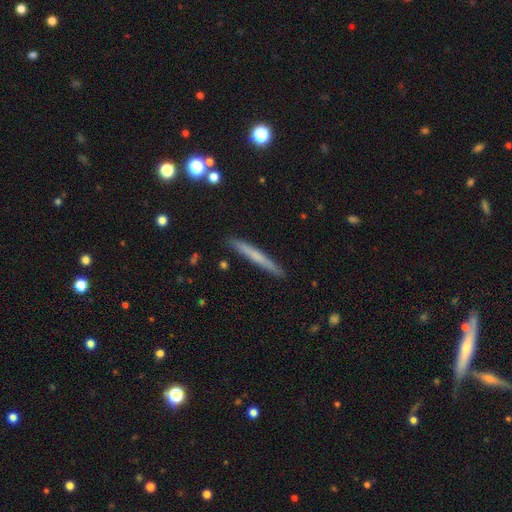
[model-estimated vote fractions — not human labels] smooth 57%, featured or disk 36%, star or artifact 7%. Down the decision tree: how rounded — cigar-shaped (96%); merging — none (90%).